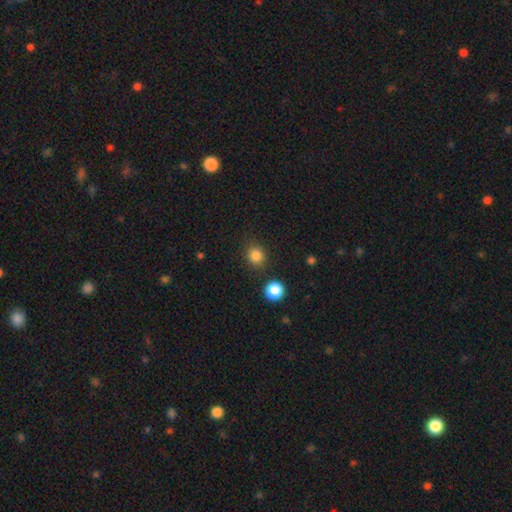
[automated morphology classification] Smooth or featured? Predicted: smooth (p=0.84). How rounded? Predicted: round (p=0.87). Merging? Predicted: none (p=0.84).